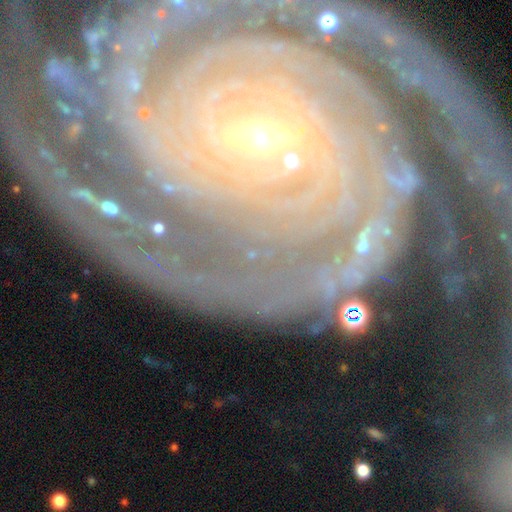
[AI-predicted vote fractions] Smooth or featured? featured or disk (84%)
Edge-on disk? no (95%)
Bar? weak (35%, tied with strong)
Spiral arms? yes (96%)
Spiral winding? tight (74%)
Spiral arm count? can't tell (23%)
Bulge size? small (66%)
Merging? none (63%)